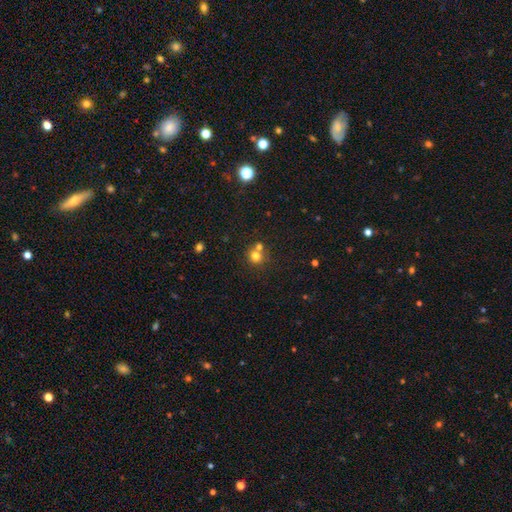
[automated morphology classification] The model was most divided on "merging": none: 52%, merger: 37%, minor disturbance: 7%, major disturbance: 3%. More confident: how rounded — round (85%); smooth or featured — smooth (74%).